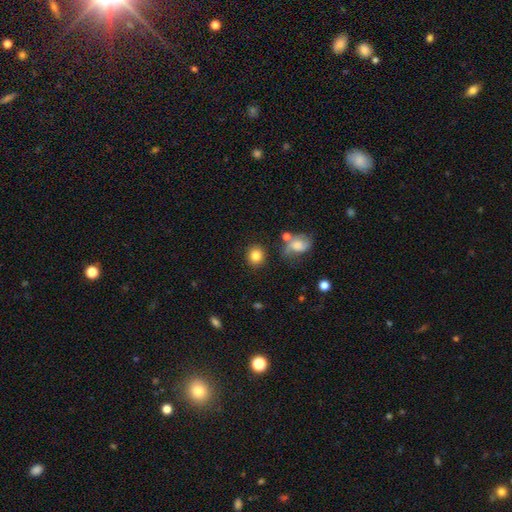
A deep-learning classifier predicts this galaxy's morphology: This appears to be a smooth galaxy with no disk features (82%) that is round (85%). Merging: none (82%).